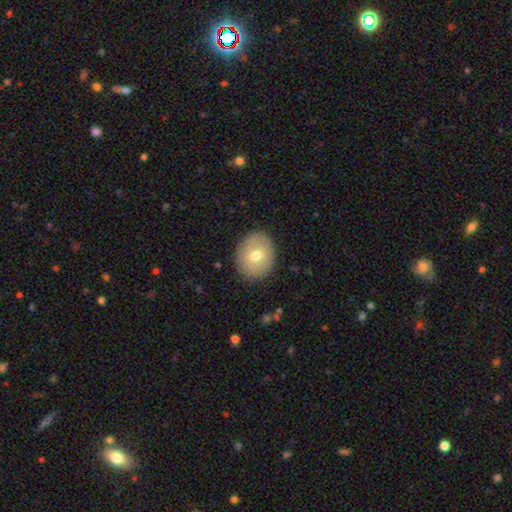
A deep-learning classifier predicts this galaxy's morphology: type=smooth (65%); roundness=round (60%); merging=none (87%).